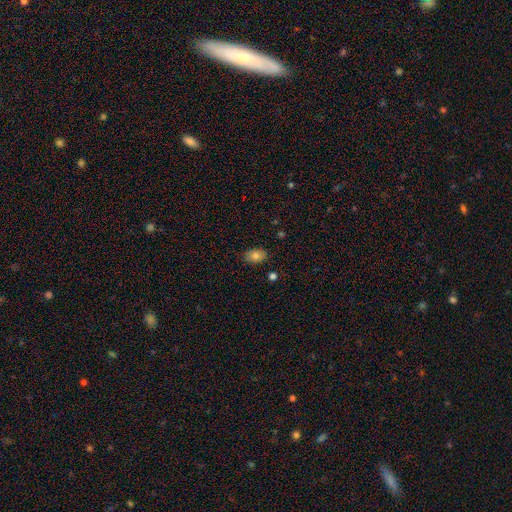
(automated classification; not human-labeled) This appears to be a smooth galaxy with no disk features (81%) that is in between round and cigar-shaped (86%). Merging: none (86%).